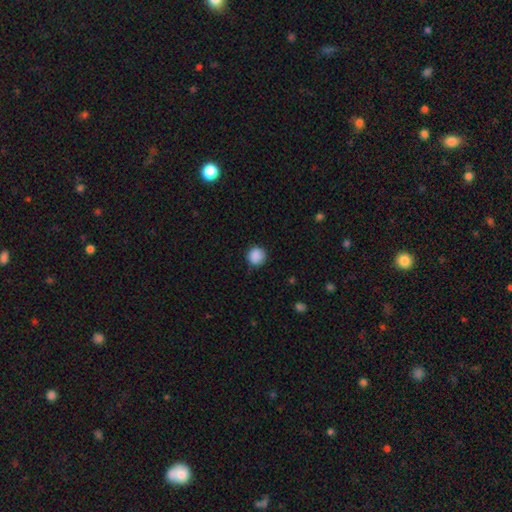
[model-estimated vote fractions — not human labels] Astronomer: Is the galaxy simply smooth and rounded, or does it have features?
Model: smooth — 88%.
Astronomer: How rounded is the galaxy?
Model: round — 92%.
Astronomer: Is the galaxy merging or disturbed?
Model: none — 85%.